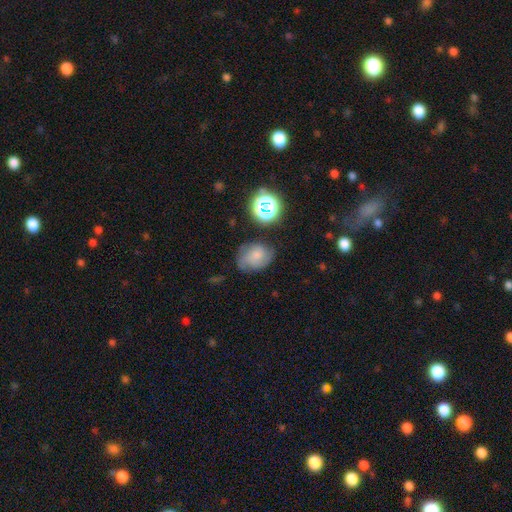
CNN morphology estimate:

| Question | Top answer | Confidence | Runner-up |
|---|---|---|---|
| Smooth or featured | smooth | 44% | featured or disk (40%) |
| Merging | none | 60% | minor disturbance (26%) |